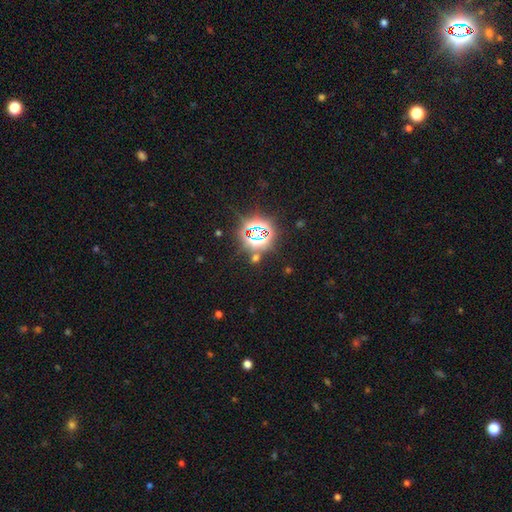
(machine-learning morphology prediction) Smooth or featured? star or artifact (76%)